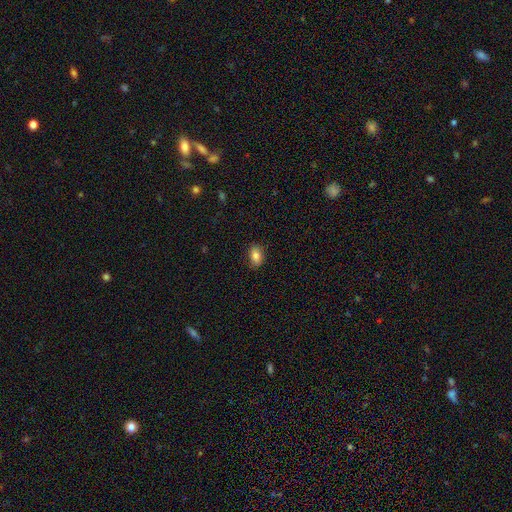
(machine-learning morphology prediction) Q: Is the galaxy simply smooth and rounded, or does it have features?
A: smooth — 83%.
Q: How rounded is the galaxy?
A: in between — 85%.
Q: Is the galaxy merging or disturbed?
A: none — 84%.